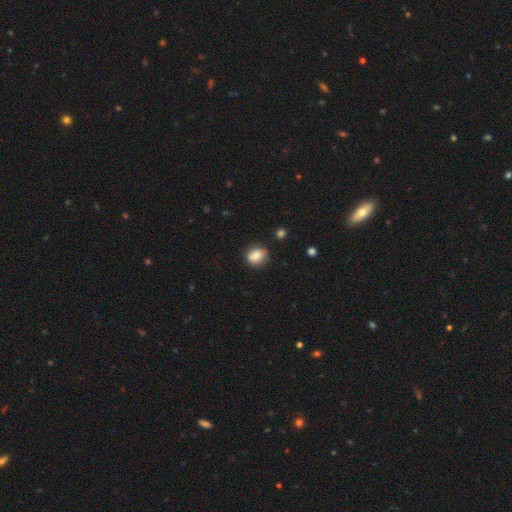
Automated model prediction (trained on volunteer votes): Overall: smooth (82%). How rounded: round (64%; in between 35%). Merging: none (78%).